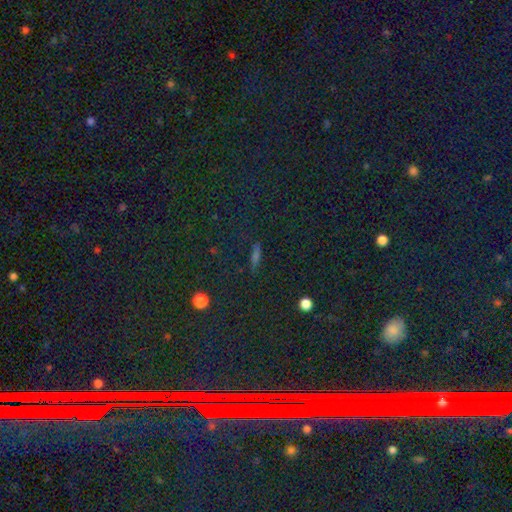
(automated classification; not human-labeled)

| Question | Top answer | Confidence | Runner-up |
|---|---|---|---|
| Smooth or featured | smooth | 48% | star or artifact (28%) |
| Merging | none | 85% | minor disturbance (9%) |